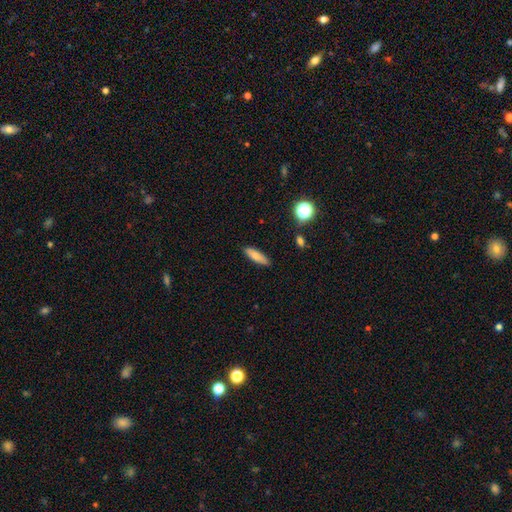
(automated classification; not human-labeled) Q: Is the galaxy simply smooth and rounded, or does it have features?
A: smooth — 77%.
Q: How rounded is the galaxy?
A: cigar-shaped — 60%.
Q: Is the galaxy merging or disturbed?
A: none — 87%.